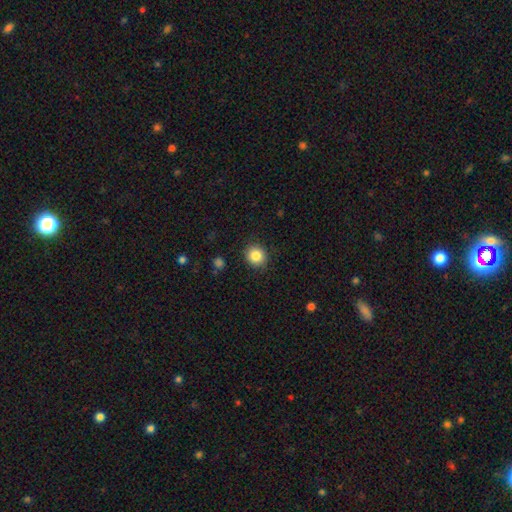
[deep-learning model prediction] This appears to be a smooth galaxy with no disk features (85%) that is round (87%). Merging: none (89%).